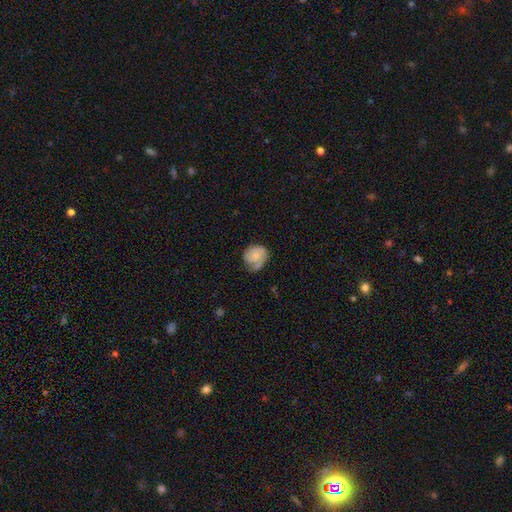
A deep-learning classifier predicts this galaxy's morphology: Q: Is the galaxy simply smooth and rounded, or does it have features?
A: smooth — 50%.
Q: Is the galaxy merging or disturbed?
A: none — 50%.